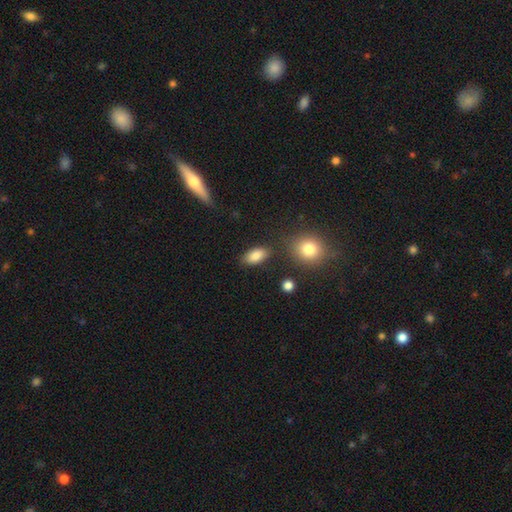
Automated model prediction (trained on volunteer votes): A smooth galaxy with no disk features (86%) that is in between round and cigar-shaped (91%).

Vote fractions:
- Smooth or featured? smooth: 86% / star or artifact: 8% / featured or disk: 6%
- How rounded? in between: 91% / round: 5% / cigar-shaped: 4%
- Merging? none: 81% / minor disturbance: 12% / merger: 4% / major disturbance: 3%